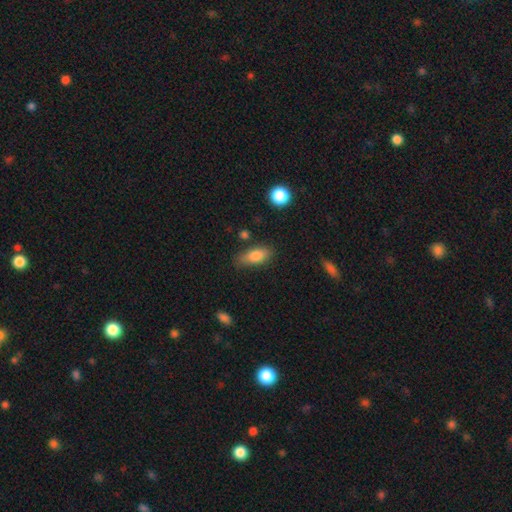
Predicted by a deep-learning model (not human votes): Smooth or featured: smooth — 81% (featured or disk — 12%)
How rounded: in between — 78% (cigar-shaped — 18%)
Merging: none — 75% (minor disturbance — 18%)